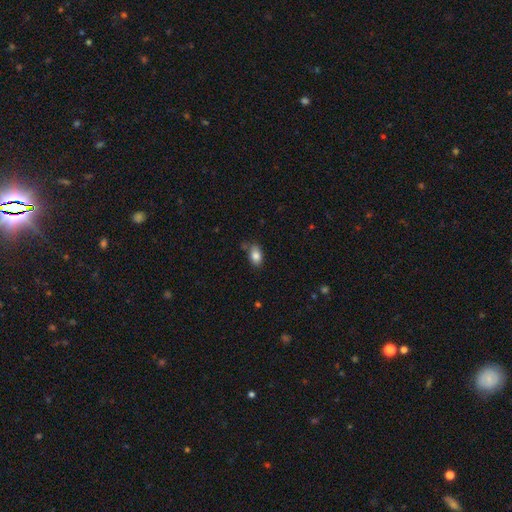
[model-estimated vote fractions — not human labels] This is clearly a smooth galaxy (84%). How rounded: clearly in between (86%). Merging: likely none (69%).